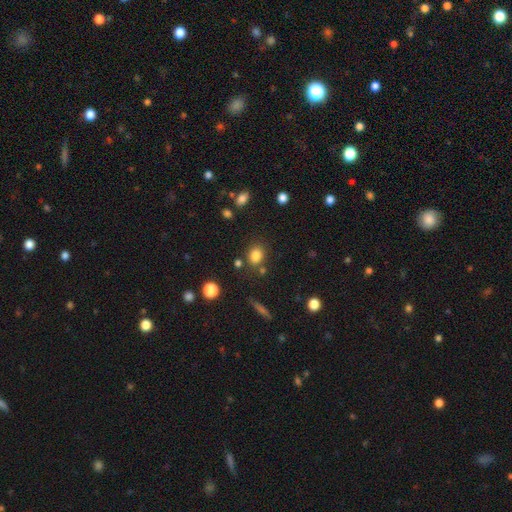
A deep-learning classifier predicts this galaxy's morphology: Q: Smooth or featured?
A: smooth (82%); runner-up: star or artifact (12%)
Q: How rounded?
A: round (54%); runner-up: in between (45%)
Q: Merging?
A: none (76%); runner-up: minor disturbance (12%)